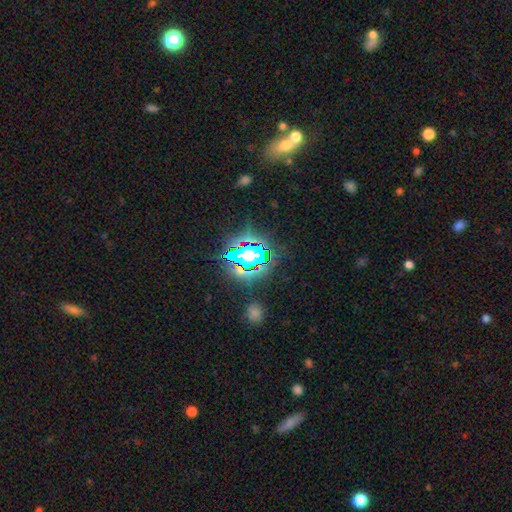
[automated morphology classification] Smooth or featured? Predicted: star or artifact (p=0.76).